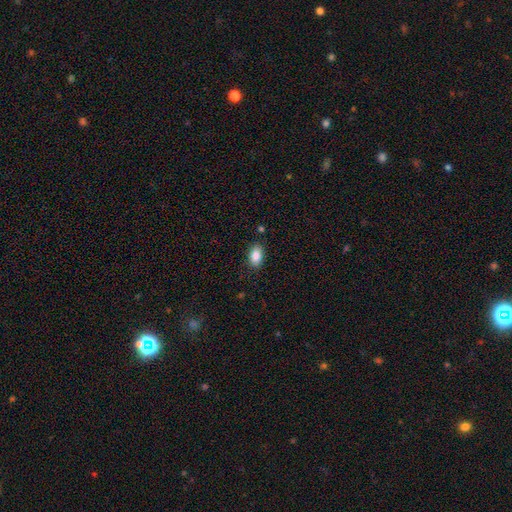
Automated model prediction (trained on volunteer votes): Morphology: type=smooth (87%); roundness=in between (90%); merging=none (86%).